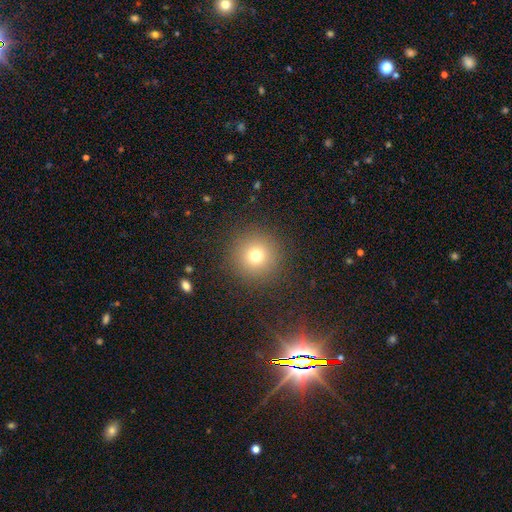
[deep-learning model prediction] Smooth or featured? Predicted: smooth (p=0.74). How rounded? Predicted: round (p=0.95). Merging? Predicted: none (p=0.90).